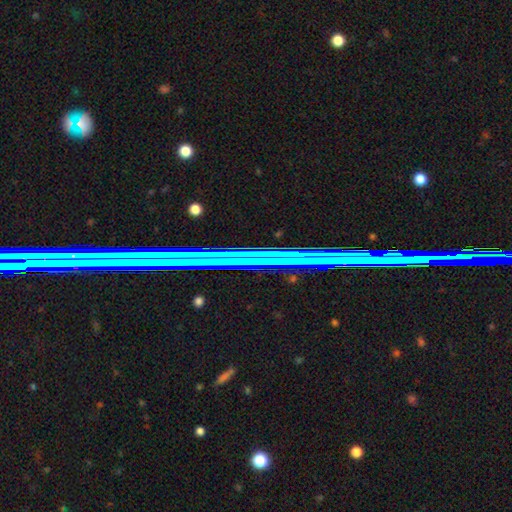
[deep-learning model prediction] smooth-or-featured: star or artifact: 68% | featured or disk: 21% | smooth: 10%